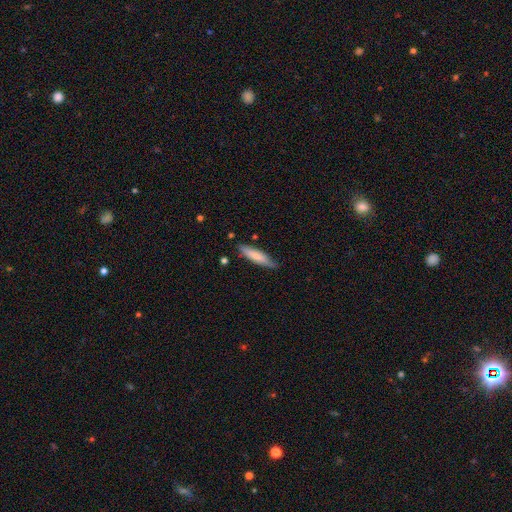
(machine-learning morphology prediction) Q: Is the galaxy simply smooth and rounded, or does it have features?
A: smooth — 75%.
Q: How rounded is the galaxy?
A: cigar-shaped — 75%.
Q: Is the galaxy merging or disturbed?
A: none — 78%.